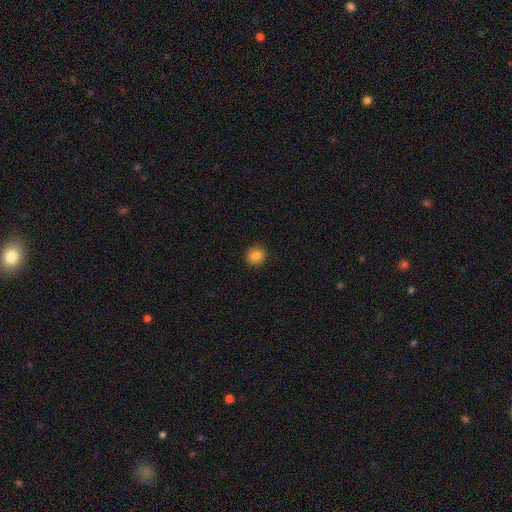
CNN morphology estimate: A smooth galaxy with no disk features (85%) that is round (88%). Merging: none (91%).